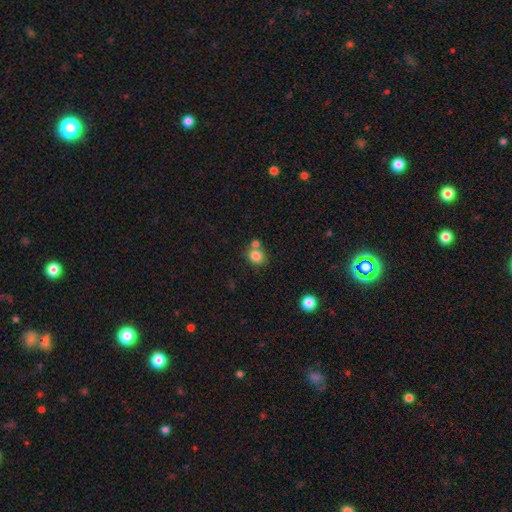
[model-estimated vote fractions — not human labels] Smooth or featured? Predicted: smooth (p=0.82). How rounded? Predicted: round (p=0.78). Merging? Predicted: none (p=0.60).